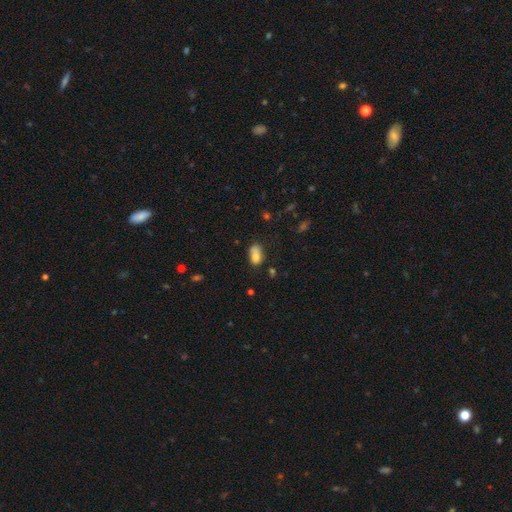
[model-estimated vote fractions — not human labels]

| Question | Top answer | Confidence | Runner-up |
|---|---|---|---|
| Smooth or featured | smooth | 76% | featured or disk (14%) |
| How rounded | in between | 84% | round (13%) |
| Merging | none | 42% | merger (25%) |